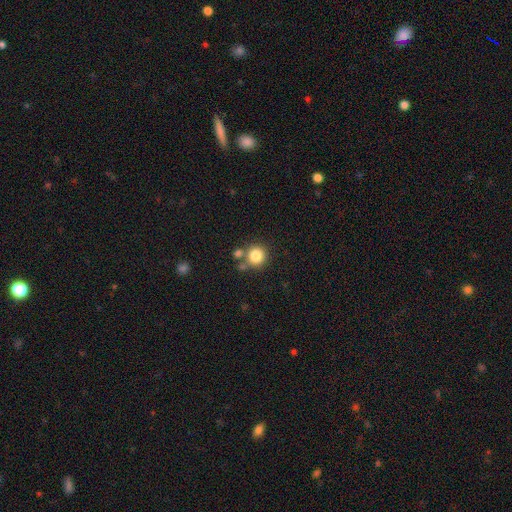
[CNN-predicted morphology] smooth_or_featured: smooth (p=0.82) [alt: star or artifact p=0.11]
how_rounded: round (p=0.92) [alt: in between p=0.07]
merging: none (p=0.71) [alt: merger p=0.17]